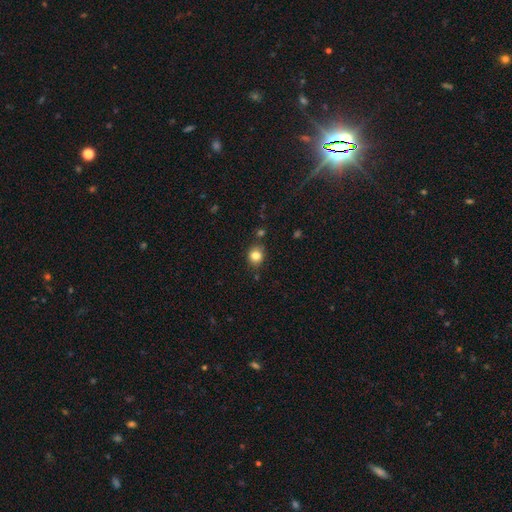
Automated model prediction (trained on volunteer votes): smooth_or_featured: smooth (p=0.82) [alt: star or artifact p=0.11]
how_rounded: round (p=0.70) [alt: in between p=0.29]
merging: none (p=0.78) [alt: minor disturbance p=0.14]